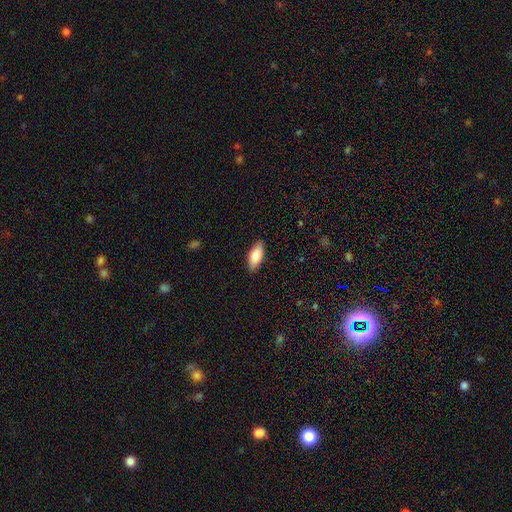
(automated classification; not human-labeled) Smooth or featured: smooth — 83% (featured or disk — 11%)
How rounded: in between — 81% (cigar-shaped — 17%)
Merging: none — 88% (minor disturbance — 9%)